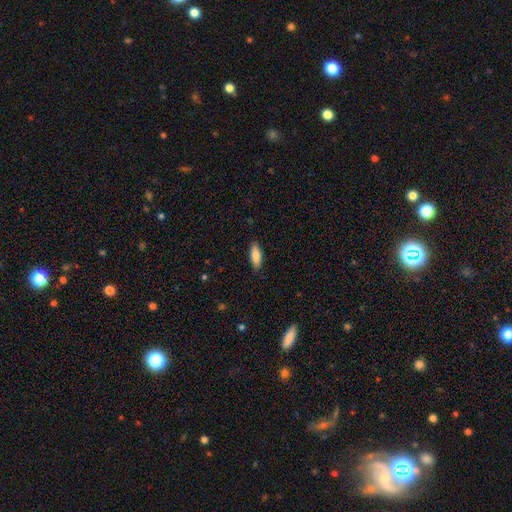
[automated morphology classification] Smooth or featured?
  - smooth: 84% *
  - featured or disk: 10%
  - star or artifact: 6%
How rounded?
  - in between: 65% *
  - cigar-shaped: 33%
  - round: 2%
Merging?
  - none: 88% *
  - minor disturbance: 9%
  - major disturbance: 2%
  - merger: 1%